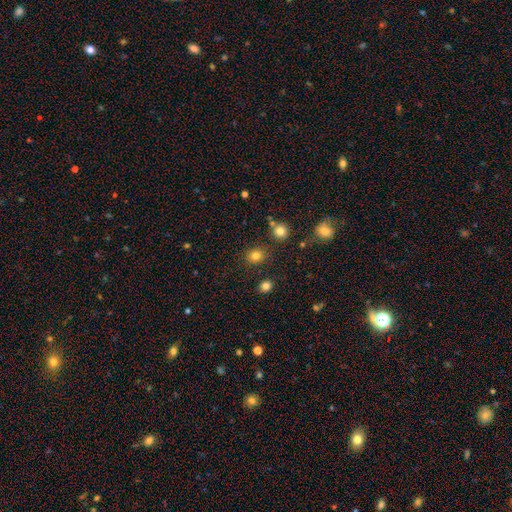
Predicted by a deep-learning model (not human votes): Morphology: type=smooth (81%); roundness=round (74%); merging=none (84%).